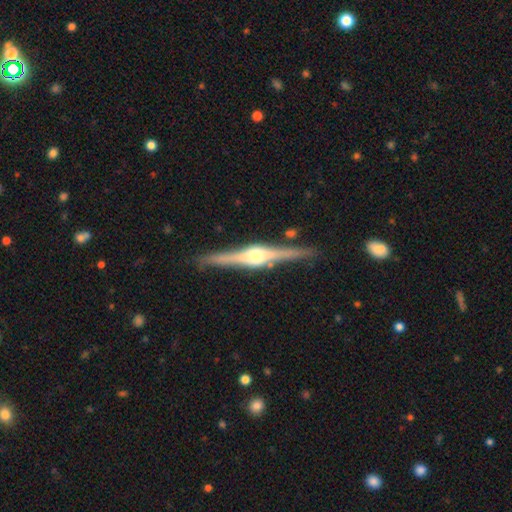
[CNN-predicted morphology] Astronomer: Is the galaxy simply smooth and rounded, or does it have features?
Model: featured or disk — 86%.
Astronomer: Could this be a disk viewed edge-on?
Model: yes — 98%.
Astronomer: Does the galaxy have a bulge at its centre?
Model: rounded — 91%.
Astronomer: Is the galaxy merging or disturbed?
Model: none — 90%.